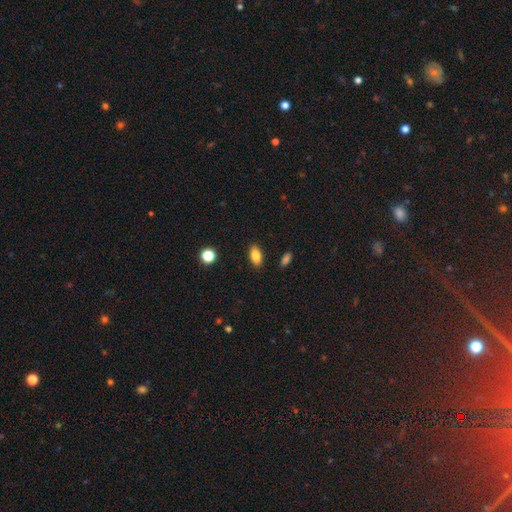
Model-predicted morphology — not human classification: Q: Smooth or featured?
A: smooth (85%); runner-up: star or artifact (9%)
Q: How rounded?
A: in between (90%); runner-up: cigar-shaped (5%)
Q: Merging?
A: none (88%); runner-up: minor disturbance (8%)